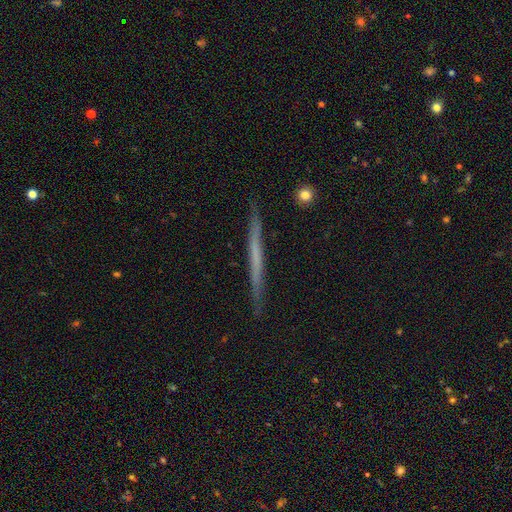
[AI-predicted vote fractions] Overall: featured or disk (54%; smooth 39%). Edge-on disk: yes (97%). Edge-on bulge: none (92%). Merging: none (90%).